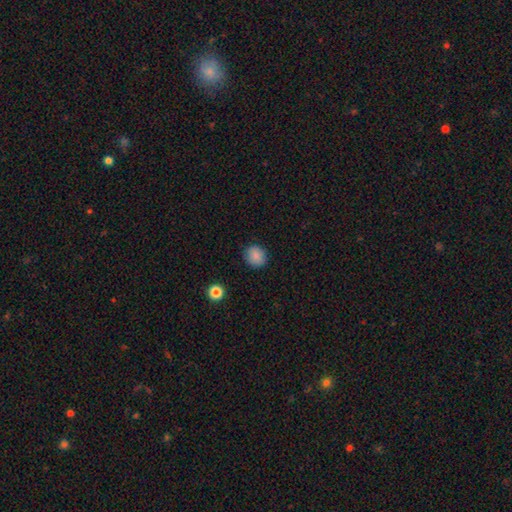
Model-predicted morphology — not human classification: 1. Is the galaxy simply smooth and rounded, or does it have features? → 87% smooth, 9% star or artifact, 3% featured or disk.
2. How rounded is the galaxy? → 79% round, 20% in between, 1% cigar-shaped.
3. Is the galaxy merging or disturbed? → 89% none, 8% minor disturbance, 2% major disturbance, 1% merger.